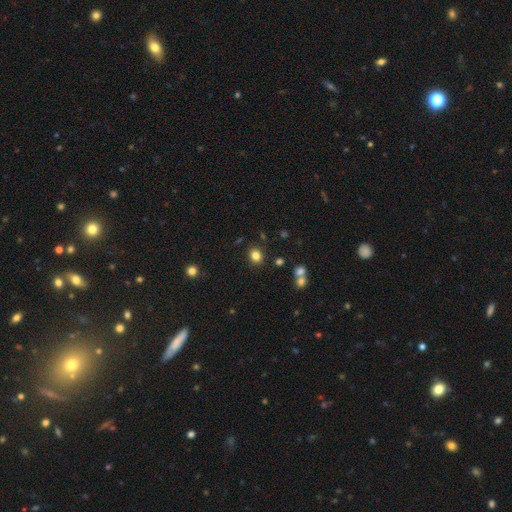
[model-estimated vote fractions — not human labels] smooth_or_featured: smooth (p=0.82) [alt: star or artifact p=0.12]
how_rounded: round (p=0.67) [alt: in between p=0.33]
merging: none (p=0.86) [alt: minor disturbance p=0.08]